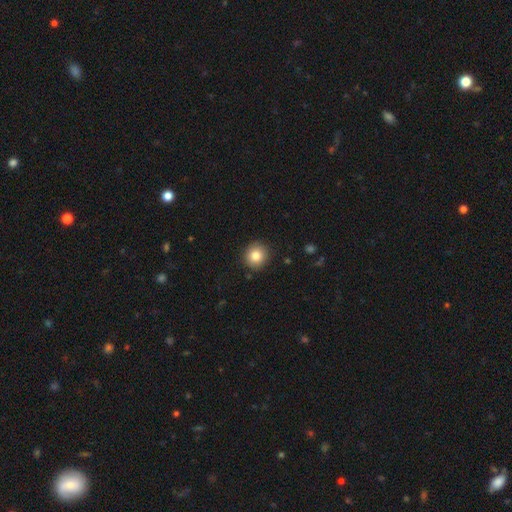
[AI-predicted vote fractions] A smooth galaxy with no disk features (82%) that is round (91%).

Vote fractions:
- Smooth or featured? smooth: 82% / star or artifact: 10% / featured or disk: 8%
- How rounded? round: 91% / in between: 8% / cigar-shaped: 1%
- Merging? none: 91% / minor disturbance: 6% / major disturbance: 2% / merger: 1%